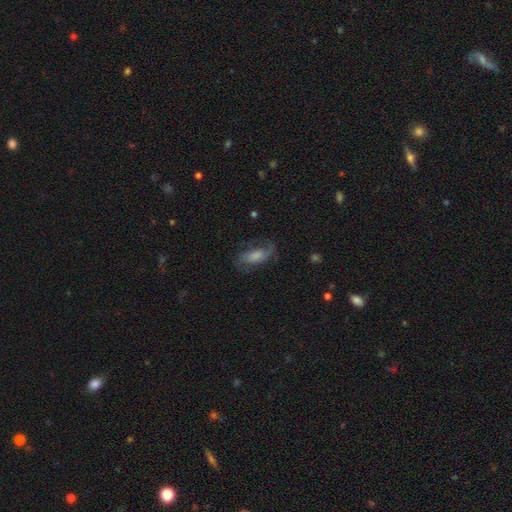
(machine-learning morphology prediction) featured or disk 47%, smooth 44%, star or artifact 9%. Down the decision tree: merging — none (59%).